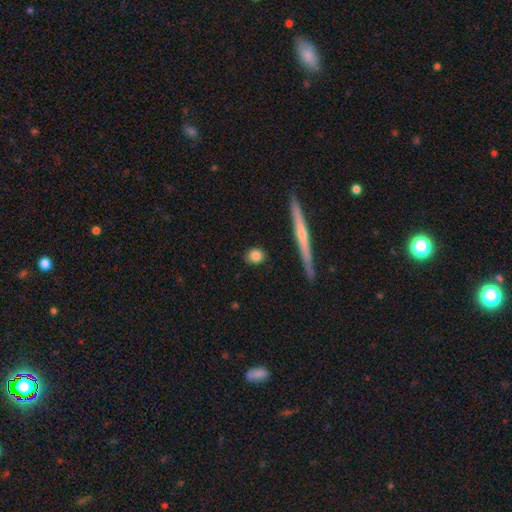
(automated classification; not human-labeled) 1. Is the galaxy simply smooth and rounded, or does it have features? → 81% smooth, 12% featured or disk, 7% star or artifact.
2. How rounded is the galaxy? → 72% round, 20% in between, 7% cigar-shaped.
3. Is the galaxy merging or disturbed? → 87% none, 8% minor disturbance, 2% major disturbance, 2% merger.